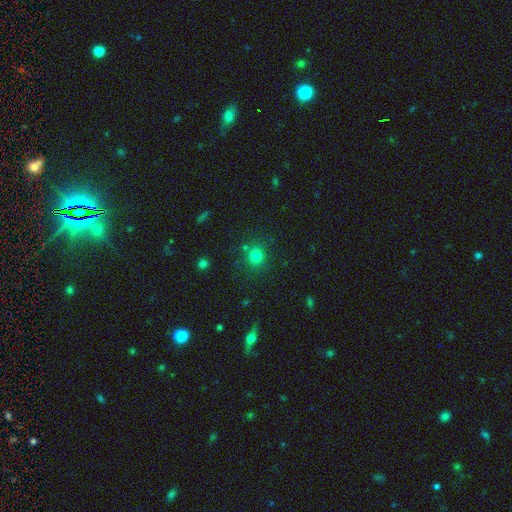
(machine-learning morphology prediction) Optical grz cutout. It shows a smooth galaxy with no disk features (77%) that is round (88%). Merging: none (79%).